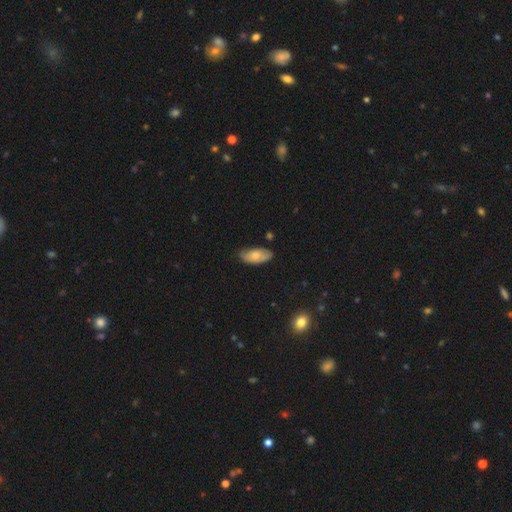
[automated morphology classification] smooth 68%, featured or disk 26%, star or artifact 6%. Down the decision tree: how rounded — in between (91%); merging — none (71%).